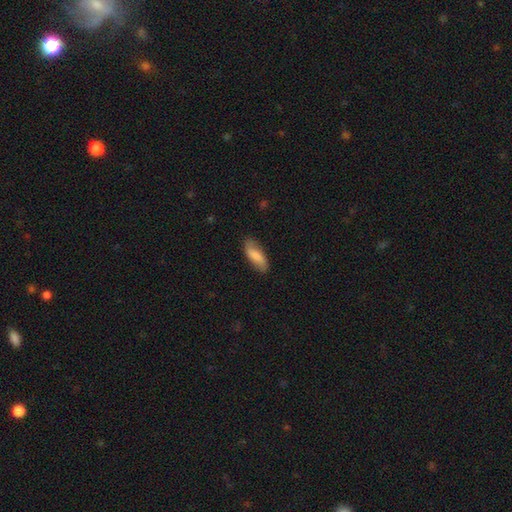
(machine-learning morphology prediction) The model was most divided on "how rounded": in between: 71%, cigar-shaped: 27%, round: 2%. More confident: merging — none (78%); smooth or featured — smooth (72%).